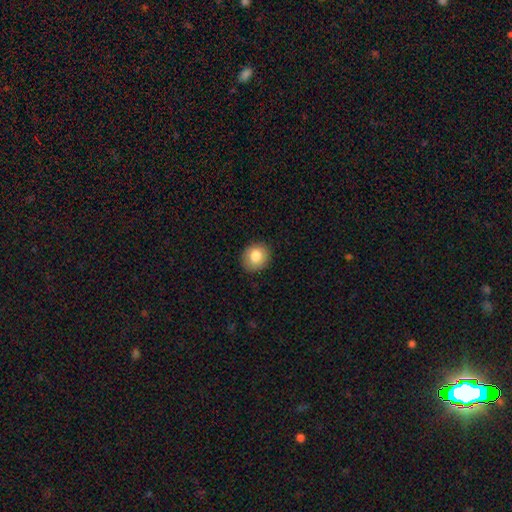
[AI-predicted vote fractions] Q: Smooth or featured?
A: smooth (82%); runner-up: featured or disk (9%)
Q: How rounded?
A: round (75%); runner-up: in between (24%)
Q: Merging?
A: none (89%); runner-up: minor disturbance (8%)